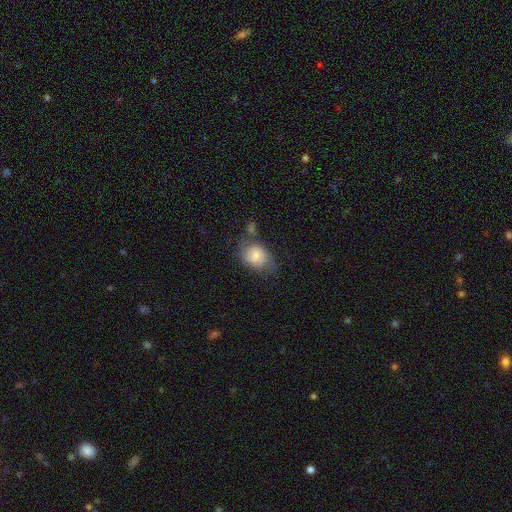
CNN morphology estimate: Smooth or featured? Predicted: smooth (p=0.64). How rounded? Predicted: in between (p=0.56). Merging? Predicted: none (p=0.46).